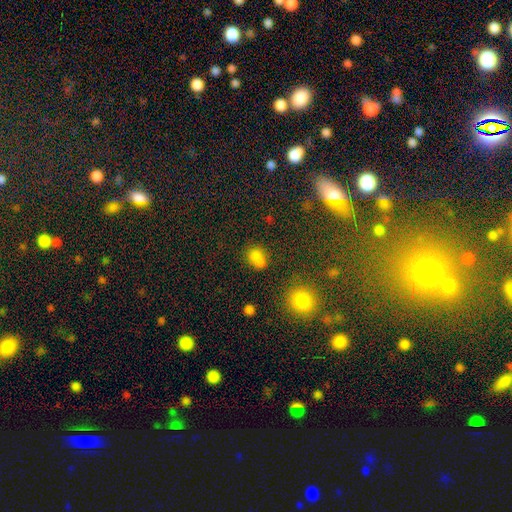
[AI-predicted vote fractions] This appears to be a smooth galaxy with no disk features (76%) that is in between round and cigar-shaped (70%). Merging: none (53%).